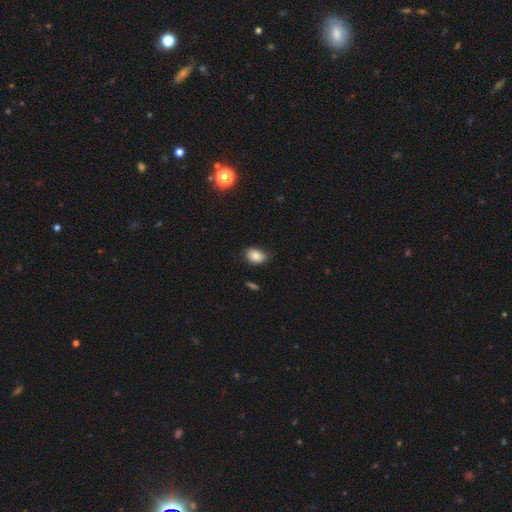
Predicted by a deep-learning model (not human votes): Morphology: type=smooth (82%); roundness=in between (83%); merging=none (76%).